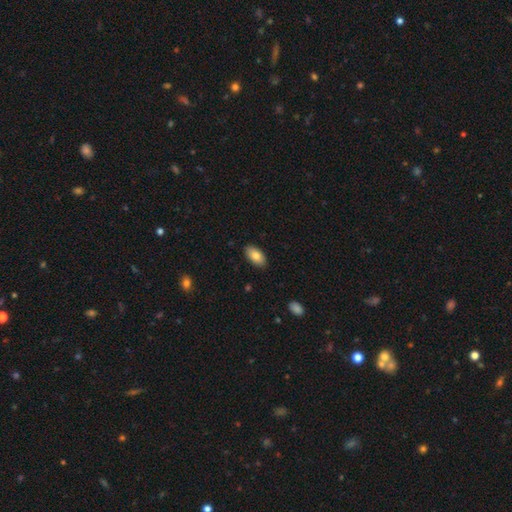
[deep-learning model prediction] A smooth galaxy with no disk features (82%) that is in between round and cigar-shaped (94%). Merging: none (87%).